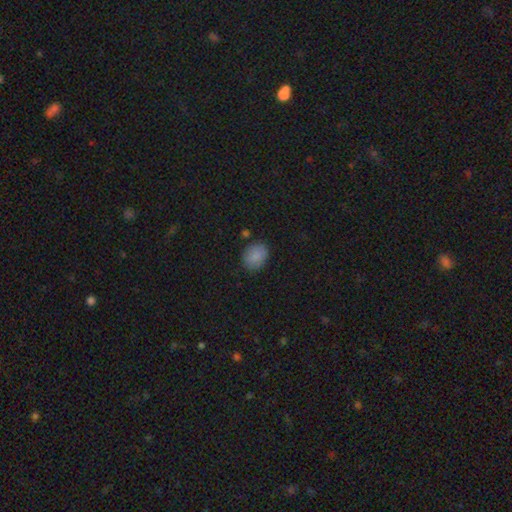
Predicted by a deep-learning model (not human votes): A smooth galaxy with no disk features (85%) that is in between round and cigar-shaped (55%). Merging: none (81%).